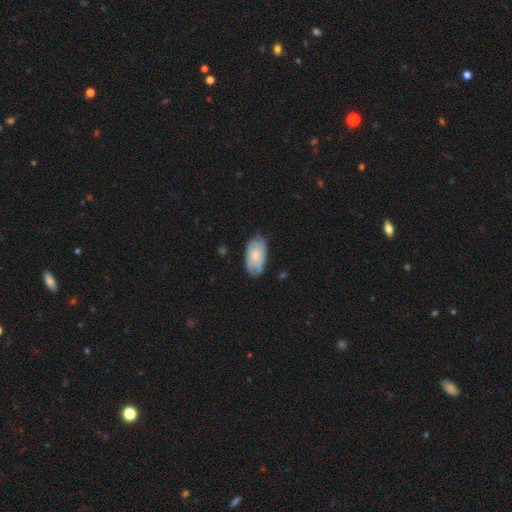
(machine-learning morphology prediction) Smooth or featured?
  - smooth: 51% *
  - featured or disk: 43%
  - star or artifact: 6%
How rounded?
  - in between: 94% *
  - round: 3%
  - cigar-shaped: 3%
Merging?
  - none: 68% *
  - minor disturbance: 25%
  - major disturbance: 5%
  - merger: 1%